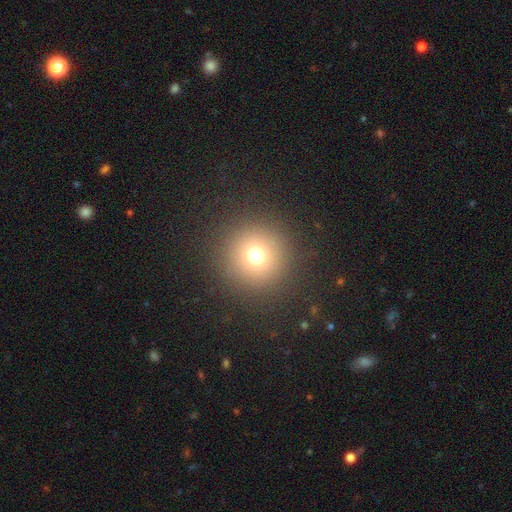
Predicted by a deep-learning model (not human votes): The model was most divided on "smooth or featured": smooth: 72%, star or artifact: 18%, featured or disk: 9%. More confident: how rounded — round (96%); merging — none (90%).